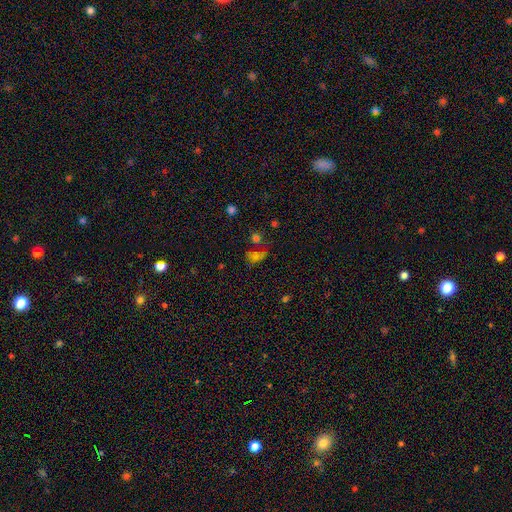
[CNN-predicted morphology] smooth_or_featured: smooth (p=0.48) [alt: star or artifact p=0.36]
merging: none (p=0.41) [alt: merger p=0.27]